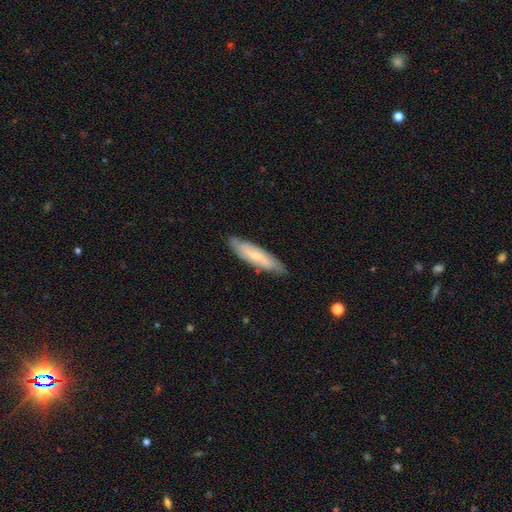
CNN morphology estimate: The model was most divided on "smooth or featured": smooth: 48%, featured or disk: 45%, star or artifact: 6%. More confident: merging — none (81%).